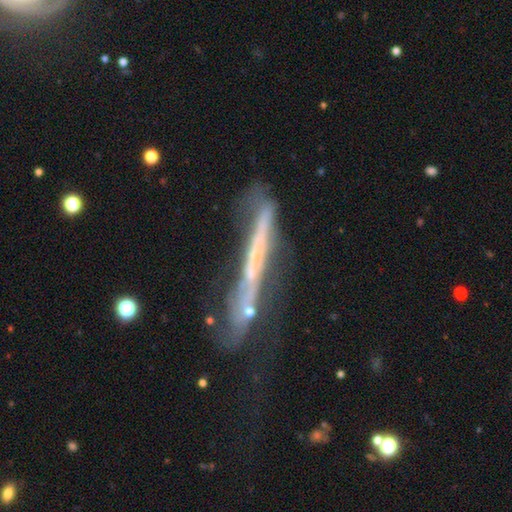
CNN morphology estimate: smooth-or-featured: featured or disk: 63% | smooth: 27% | star or artifact: 10%
  disk-edge-on: yes: 83% | no: 17%
    edge-on-bulge: none: 82% | rounded: 12% | boxy: 6%
  merging: none: 44% | minor disturbance: 24% | major disturbance: 19% | merger: 12%